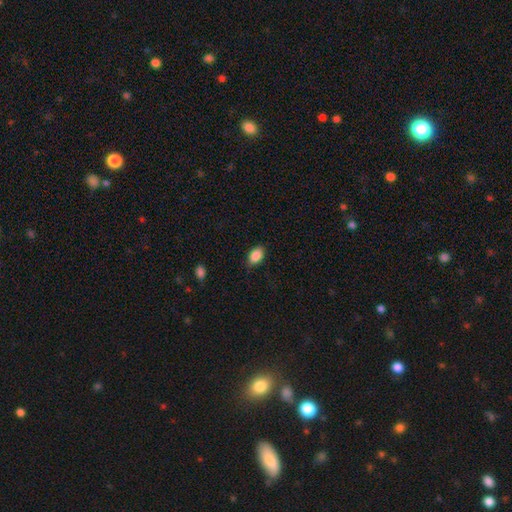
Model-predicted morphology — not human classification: Smooth or featured?
  - smooth: 88% *
  - star or artifact: 8%
  - featured or disk: 4%
How rounded?
  - in between: 90% *
  - round: 8%
  - cigar-shaped: 2%
Merging?
  - none: 83% *
  - minor disturbance: 14%
  - major disturbance: 3%
  - merger: 1%